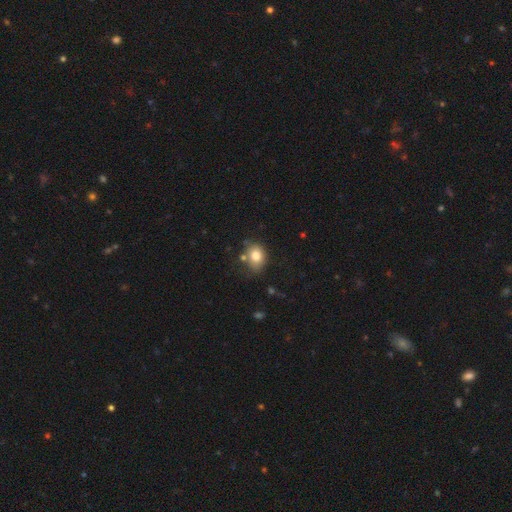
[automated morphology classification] smooth-or-featured: smooth: 80% | featured or disk: 10% | star or artifact: 9%
  how-rounded: in between: 61% | round: 39% | cigar-shaped: 1%
  merging: none: 64% | minor disturbance: 22% | merger: 8% | major disturbance: 6%